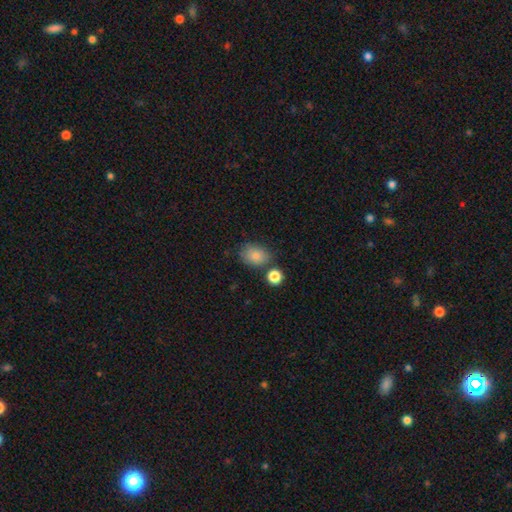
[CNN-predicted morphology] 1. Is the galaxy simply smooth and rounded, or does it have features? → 82% smooth, 10% star or artifact, 8% featured or disk.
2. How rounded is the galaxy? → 69% in between, 30% round, 1% cigar-shaped.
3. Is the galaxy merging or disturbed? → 69% none, 17% minor disturbance, 10% merger, 5% major disturbance.